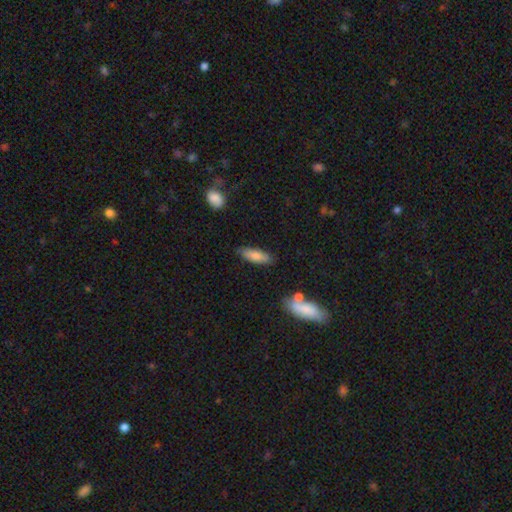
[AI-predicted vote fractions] smooth_or_featured: smooth (p=0.80) [alt: featured or disk p=0.14]
how_rounded: in between (p=0.58) [alt: cigar-shaped p=0.40]
merging: none (p=0.81) [alt: minor disturbance p=0.14]